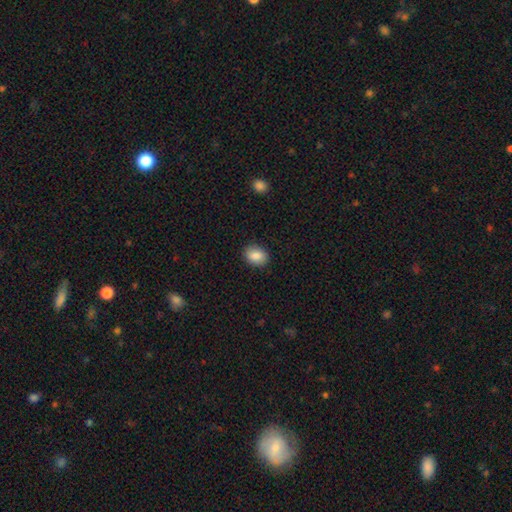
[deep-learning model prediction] Q: Smooth or featured?
A: smooth (87%); runner-up: star or artifact (8%)
Q: How rounded?
A: in between (64%); runner-up: round (35%)
Q: Merging?
A: none (89%); runner-up: minor disturbance (8%)